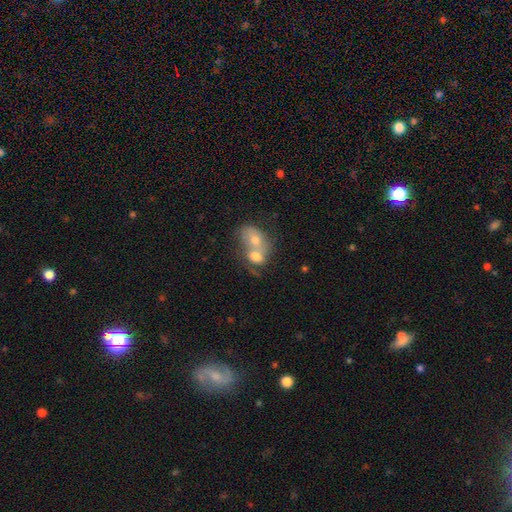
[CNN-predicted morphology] Q: Smooth or featured?
A: smooth (62%); runner-up: featured or disk (29%)
Q: How rounded?
A: in between (68%); runner-up: round (31%)
Q: Merging?
A: merger (78%); runner-up: none (11%)